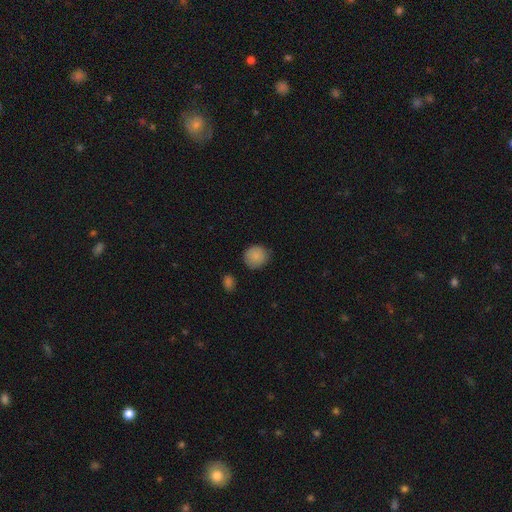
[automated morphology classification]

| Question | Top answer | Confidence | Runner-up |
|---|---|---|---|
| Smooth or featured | smooth | 87% | star or artifact (9%) |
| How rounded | round | 83% | in between (16%) |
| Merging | none | 82% | minor disturbance (14%) |